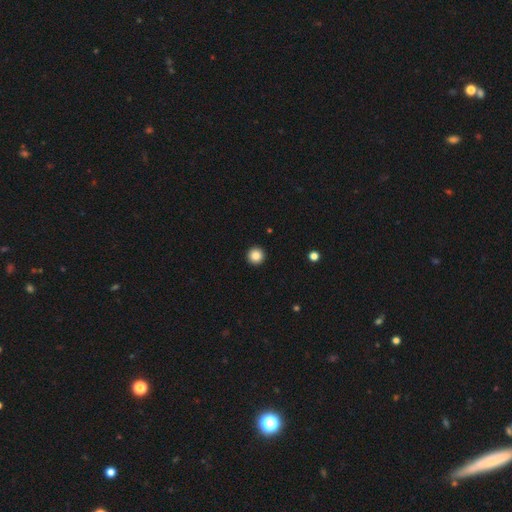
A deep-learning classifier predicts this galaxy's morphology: Smooth or featured?
  - smooth: 86% *
  - star or artifact: 10%
  - featured or disk: 5%
How rounded?
  - round: 97% *
  - in between: 2%
  - cigar-shaped: 1%
Merging?
  - none: 94% *
  - minor disturbance: 4%
  - major disturbance: 1%
  - merger: 1%